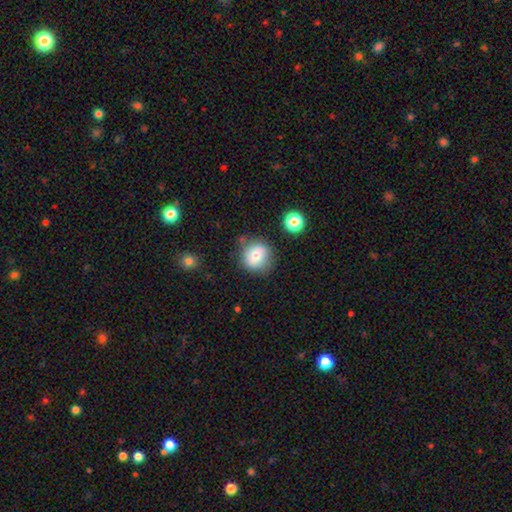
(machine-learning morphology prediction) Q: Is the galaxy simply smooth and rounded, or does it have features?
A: smooth — 72%.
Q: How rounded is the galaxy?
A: round — 89%.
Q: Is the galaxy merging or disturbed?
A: none — 74%.